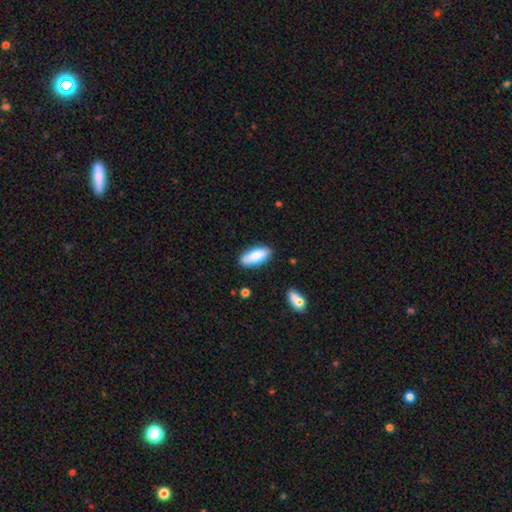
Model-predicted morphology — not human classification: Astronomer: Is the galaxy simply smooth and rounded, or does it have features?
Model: smooth — 85%.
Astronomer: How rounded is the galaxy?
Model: in between — 77%.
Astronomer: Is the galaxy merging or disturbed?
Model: none — 83%.